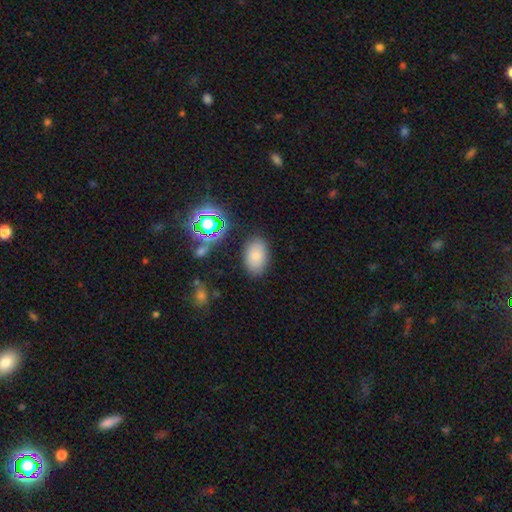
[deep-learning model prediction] Smooth or featured?
  - smooth: 78% *
  - star or artifact: 13%
  - featured or disk: 8%
How rounded?
  - in between: 89% *
  - round: 9%
  - cigar-shaped: 1%
Merging?
  - none: 83% *
  - minor disturbance: 11%
  - major disturbance: 4%
  - merger: 2%